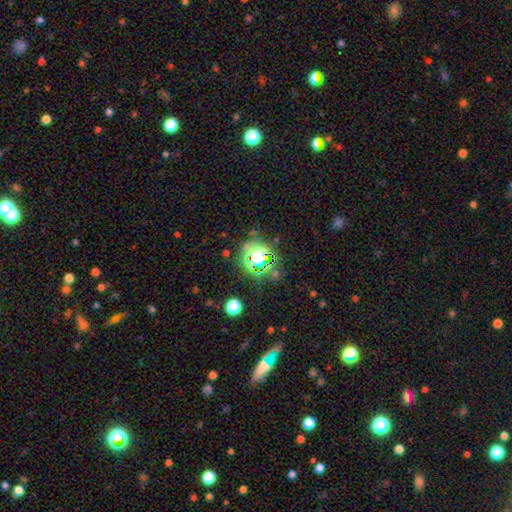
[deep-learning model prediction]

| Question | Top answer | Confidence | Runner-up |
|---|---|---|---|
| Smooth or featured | star or artifact | 54% | smooth (34%) |